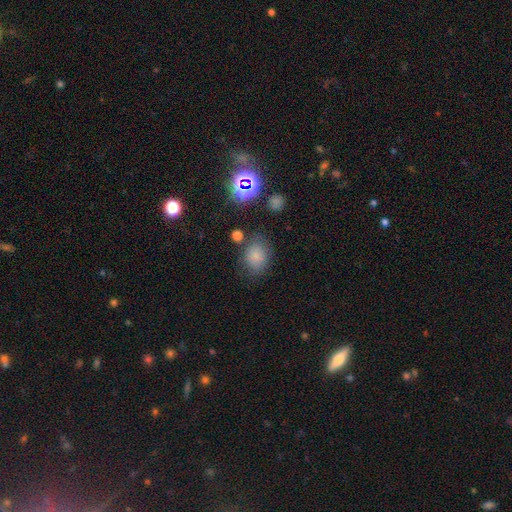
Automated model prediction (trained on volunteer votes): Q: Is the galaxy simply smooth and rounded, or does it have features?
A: smooth — 76%.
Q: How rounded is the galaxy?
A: in between — 55%.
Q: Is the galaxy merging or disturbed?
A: none — 73%.